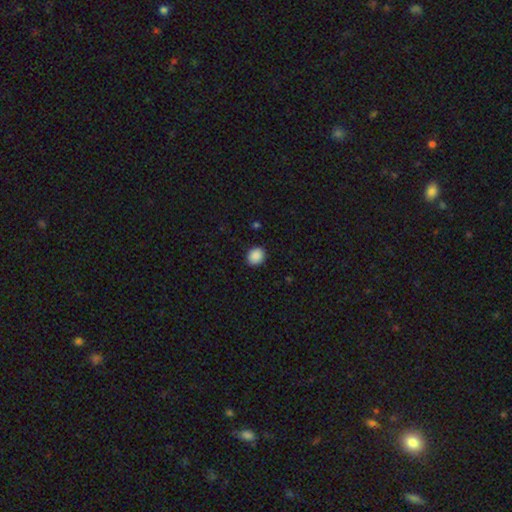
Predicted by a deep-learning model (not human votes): Overall: smooth (89%). How rounded: round (60%; in between 39%). Merging: none (91%).